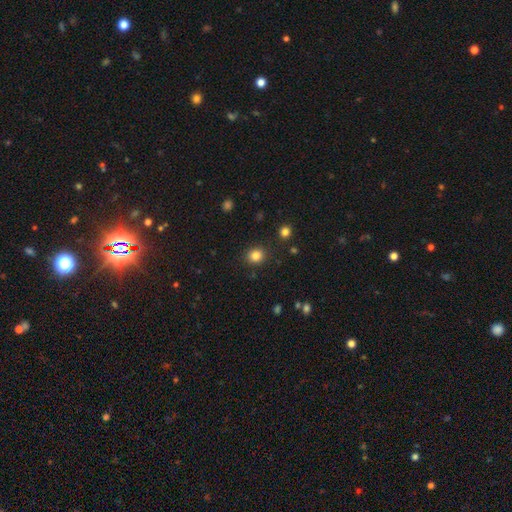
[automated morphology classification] A smooth galaxy with no disk features (83%) that is round (78%). Merging: none (88%).